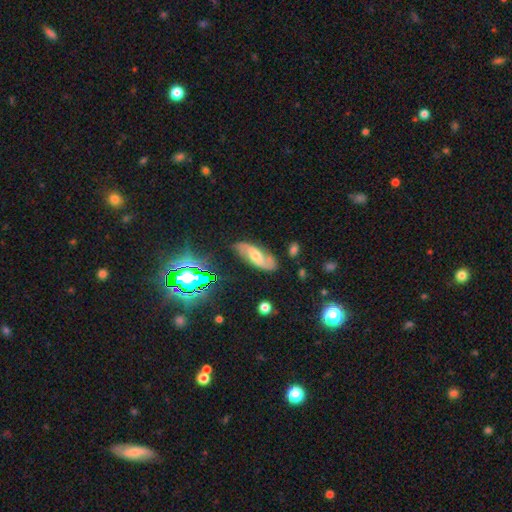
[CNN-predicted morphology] A featured or disk galaxy (69%) with a weak bar (42%), 2 (87%) loose (48%) spiral arms (91%) and a moderate central bulge (54%).

Vote fractions:
- Smooth or featured? featured or disk: 69% / smooth: 21% / star or artifact: 10%
- Edge-on disk? no: 89% / yes: 11%
- Bar? weak: 42% / no: 37% / strong: 20%
- Spiral arms? yes: 91% / no: 9%
- Spiral winding? loose: 48% / medium: 36% / tight: 15%
- Spiral arm count? 2: 87% / can't tell: 8% / 1: 2% / 3: 1% / 4: 1% / more than 4: 1%
- Bulge size? moderate: 54% / small: 32% / large: 7% / none: 5% / dominant: 1%
- Merging? none: 76% / minor disturbance: 16% / major disturbance: 5% / merger: 3%